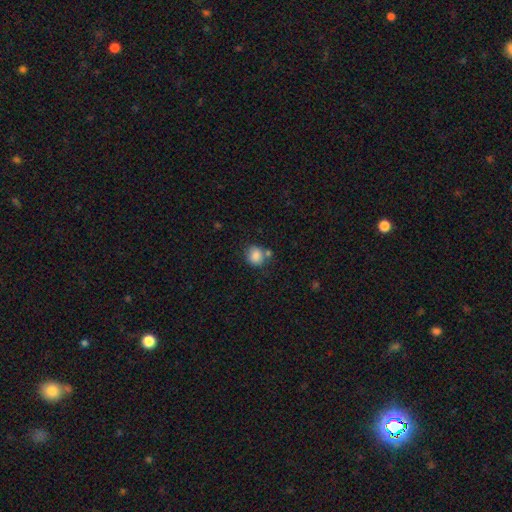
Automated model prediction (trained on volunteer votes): Overall: smooth (85%). How rounded: round (78%). Merging: none (63%).